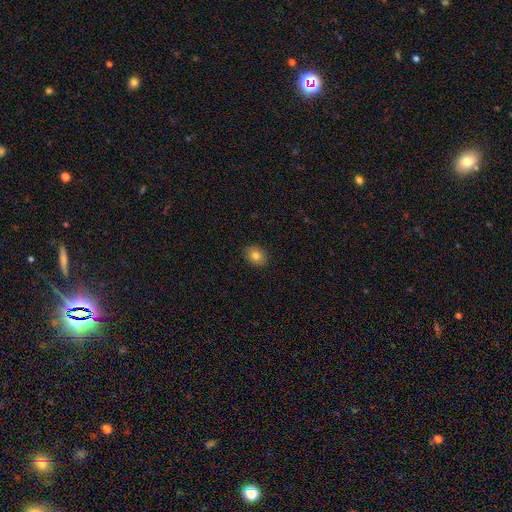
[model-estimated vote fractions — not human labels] Morphology: type=smooth (81%); roundness=in between (57%); merging=none (88%).